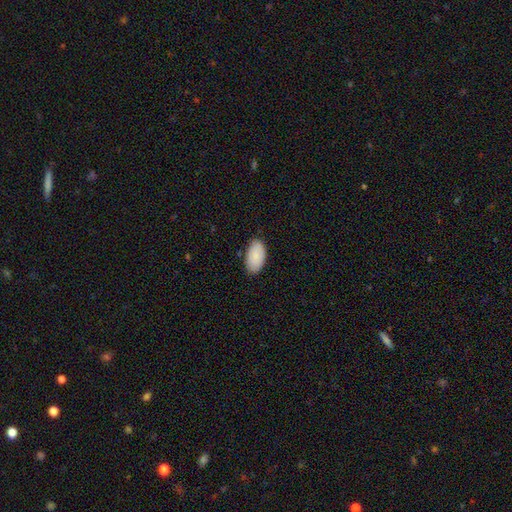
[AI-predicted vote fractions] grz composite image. It shows a smooth galaxy with no disk features (88%) that is in between round and cigar-shaped (96%). Merging: none (84%).